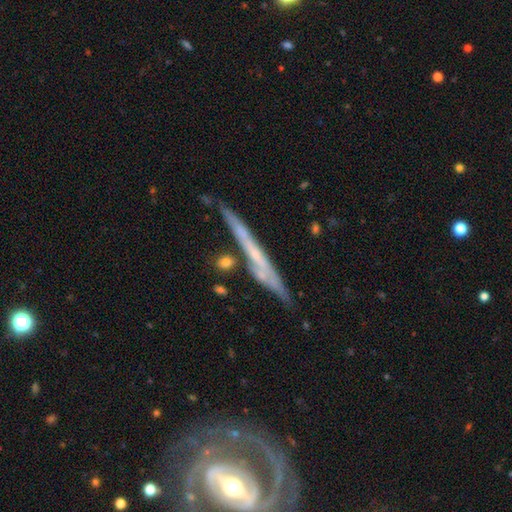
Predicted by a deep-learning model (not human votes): Morphology: type=featured or disk (65%); edge-on=yes (87%); edge-on bulge=none (73%); merging=none (67%).